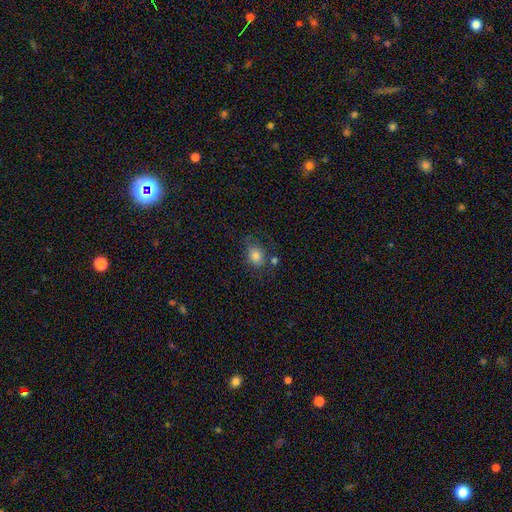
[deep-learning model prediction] The model was most divided on "how rounded": in between: 56%, round: 43%, cigar-shaped: 1%. More confident: smooth or featured — smooth (78%); merging — none (56%).